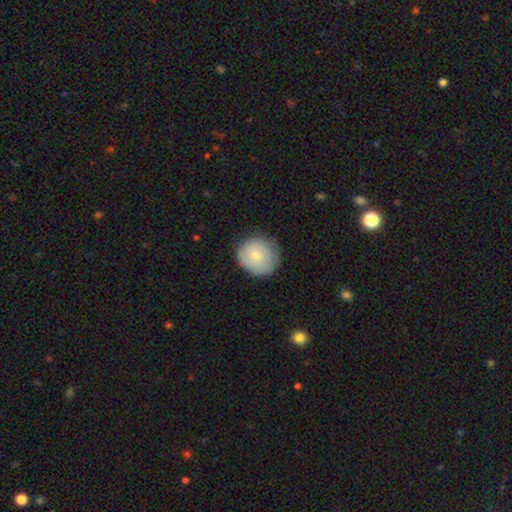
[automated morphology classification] This appears to be a smooth galaxy with no disk features (67%) that is round (86%). Merging: none (73%).